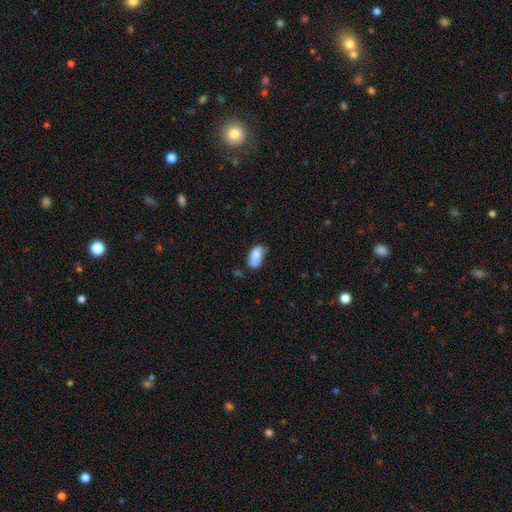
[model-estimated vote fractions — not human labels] Q: Smooth or featured?
A: smooth (80%); runner-up: featured or disk (13%)
Q: How rounded?
A: in between (93%); runner-up: round (4%)
Q: Merging?
A: none (50%); runner-up: minor disturbance (33%)